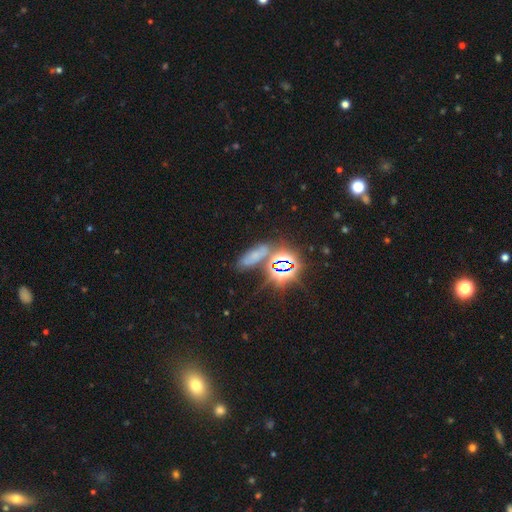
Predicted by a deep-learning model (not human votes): Overall: star or artifact (47%; smooth 40%).